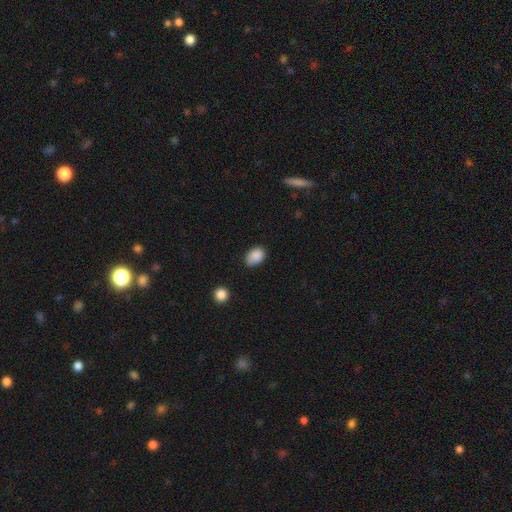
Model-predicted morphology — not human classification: smooth-or-featured: smooth: 87% | star or artifact: 9% | featured or disk: 4%
  how-rounded: in between: 78% | round: 21% | cigar-shaped: 1%
  merging: none: 66% | minor disturbance: 27% | major disturbance: 5% | merger: 2%